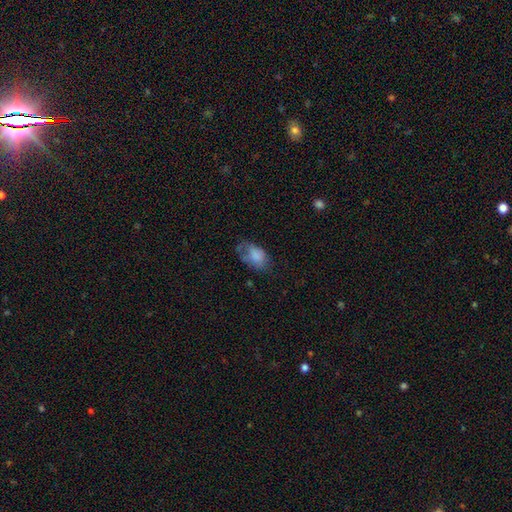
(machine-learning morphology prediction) This is likely a smooth galaxy (74%). How rounded: clearly in between (90%). Merging: marginally none (40%).